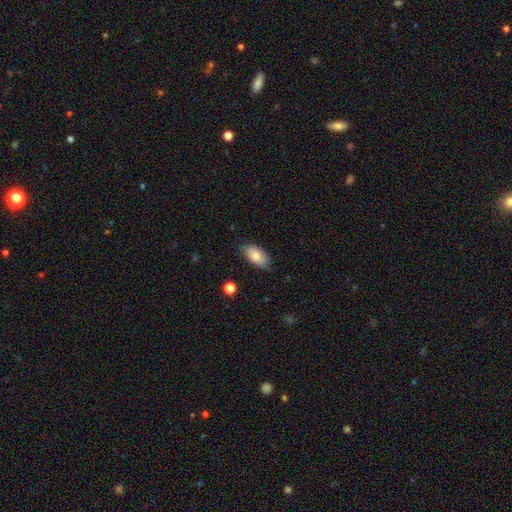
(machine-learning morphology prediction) Q: Smooth or featured?
A: smooth (83%); runner-up: featured or disk (10%)
Q: How rounded?
A: in between (93%); runner-up: cigar-shaped (4%)
Q: Merging?
A: none (78%); runner-up: minor disturbance (18%)